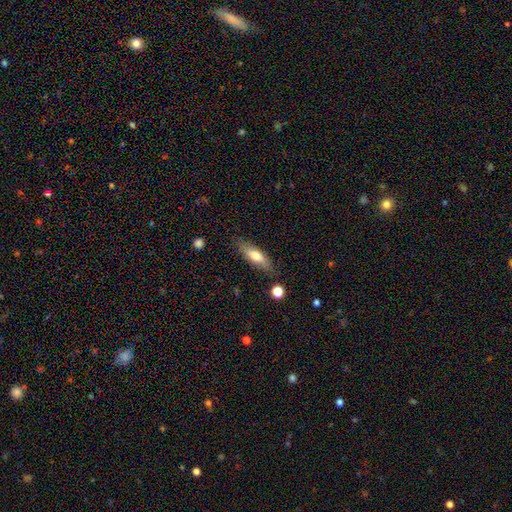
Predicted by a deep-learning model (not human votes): This is likely a smooth galaxy (69%). How rounded: possibly in between (50%). Merging: likely none (80%).